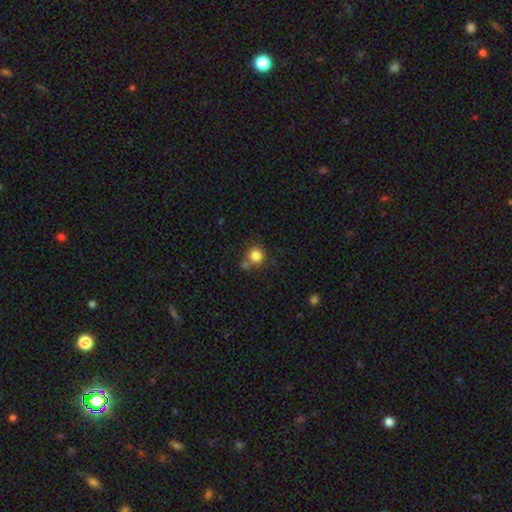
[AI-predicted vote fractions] Smooth or featured: smooth — 83% (star or artifact — 11%)
How rounded: round — 90% (in between — 9%)
Merging: none — 66% (merger — 18%)